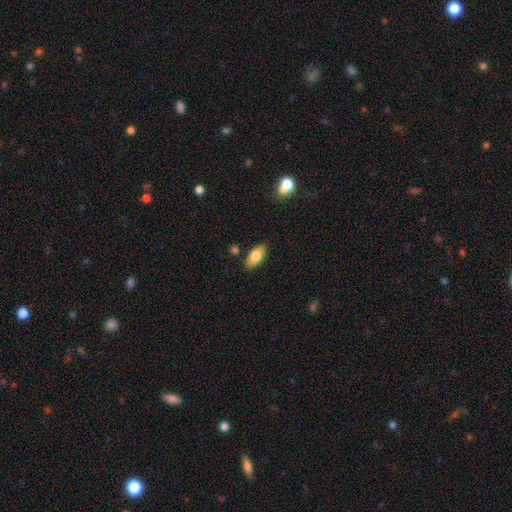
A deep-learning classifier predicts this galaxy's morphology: smooth-or-featured: smooth: 80% | featured or disk: 13% | star or artifact: 7%
  how-rounded: in between: 89% | cigar-shaped: 8% | round: 3%
  merging: none: 84% | minor disturbance: 11% | merger: 3% | major disturbance: 2%